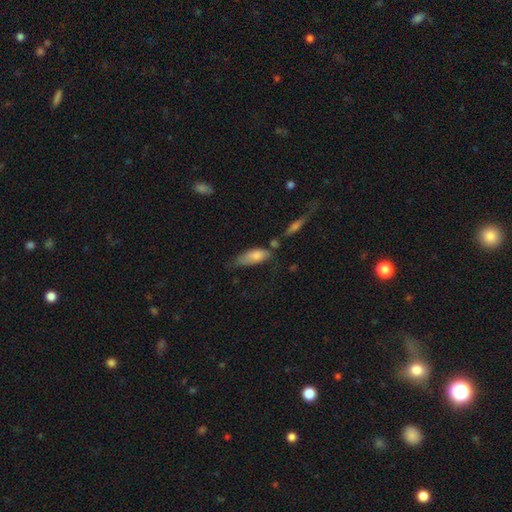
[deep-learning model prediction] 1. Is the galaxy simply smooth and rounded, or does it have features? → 78% smooth, 15% featured or disk, 7% star or artifact.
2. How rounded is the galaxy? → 77% in between, 21% cigar-shaped, 2% round.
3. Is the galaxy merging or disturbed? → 37% none, 34% minor disturbance, 16% major disturbance, 14% merger.